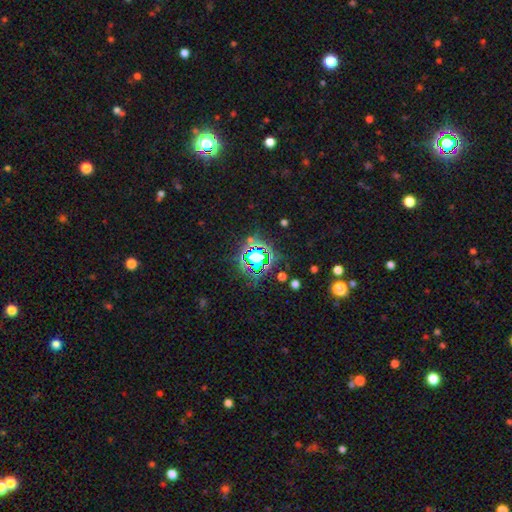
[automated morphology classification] This is likely a star or artifact rather than a galaxy (79%).